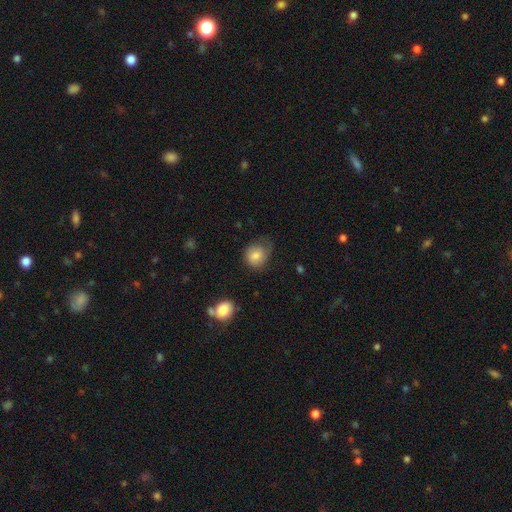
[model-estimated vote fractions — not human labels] Smooth or featured: smooth — 80% (featured or disk — 12%)
How rounded: round — 70% (in between — 30%)
Merging: none — 49% (minor disturbance — 32%)